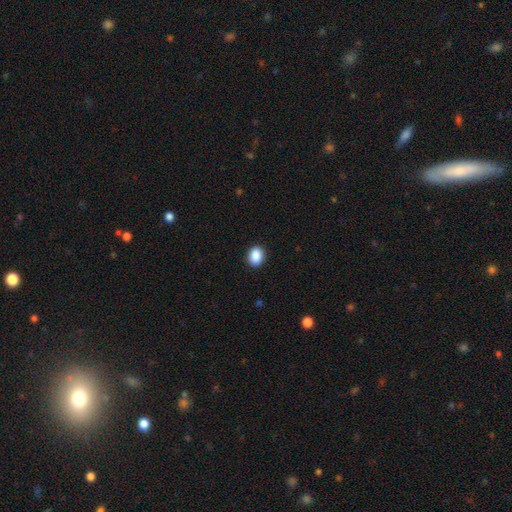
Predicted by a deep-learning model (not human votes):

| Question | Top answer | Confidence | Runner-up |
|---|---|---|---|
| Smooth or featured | smooth | 89% | star or artifact (8%) |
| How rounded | in between | 64% | round (35%) |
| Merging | none | 90% | minor disturbance (7%) |